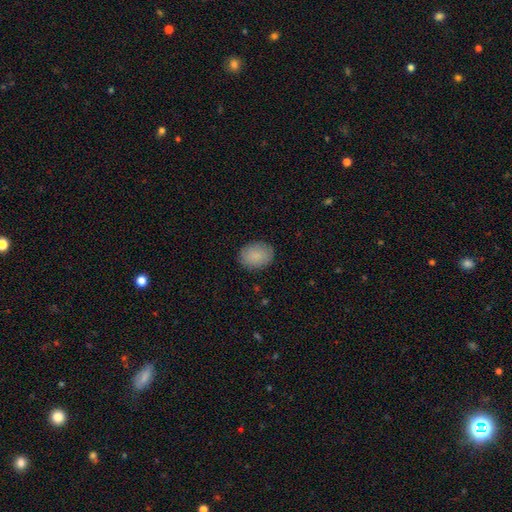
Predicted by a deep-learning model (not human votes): The model was most divided on "how rounded": in between: 71%, round: 28%, cigar-shaped: 1%. More confident: smooth or featured — smooth (88%); merging — none (86%).